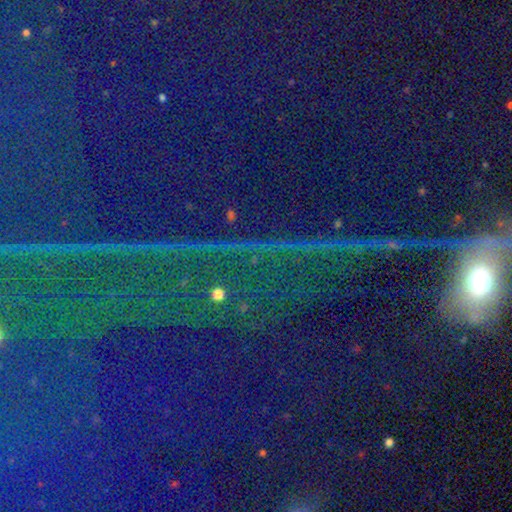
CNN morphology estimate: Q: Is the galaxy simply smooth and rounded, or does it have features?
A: star or artifact — 80%.